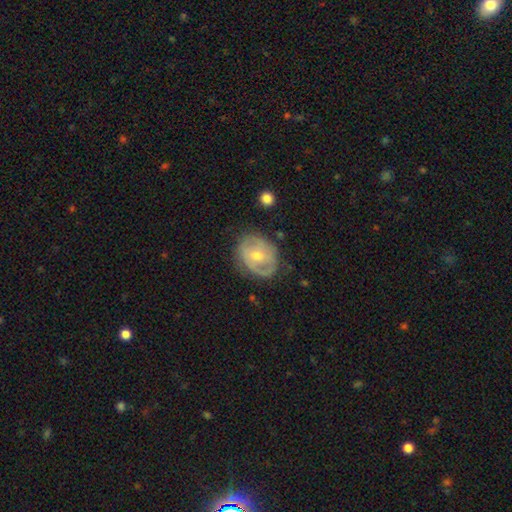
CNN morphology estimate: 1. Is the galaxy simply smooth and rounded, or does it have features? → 66% featured or disk, 28% smooth, 6% star or artifact.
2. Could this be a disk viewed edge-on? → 96% no, 4% yes.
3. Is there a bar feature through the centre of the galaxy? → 53% no, 36% weak, 11% strong.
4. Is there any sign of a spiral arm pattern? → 62% yes, 38% no.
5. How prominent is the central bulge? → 61% moderate, 35% small, 2% large, 1% none, 1% dominant.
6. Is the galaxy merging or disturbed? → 70% none, 21% minor disturbance, 7% major disturbance, 2% merger.